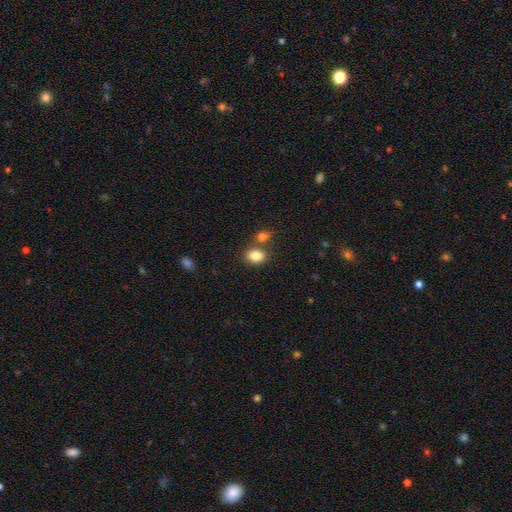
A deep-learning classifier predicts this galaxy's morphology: The model was most divided on "how rounded": in between: 64%, round: 35%, cigar-shaped: 1%. More confident: smooth or featured — smooth (84%); merging — none (64%).